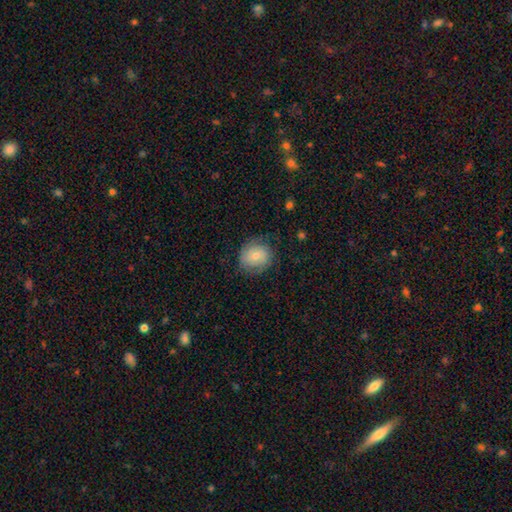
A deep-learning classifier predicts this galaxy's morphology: smooth 66%, featured or disk 27%, star or artifact 7%. Down the decision tree: how rounded — round (77%); merging — none (74%).